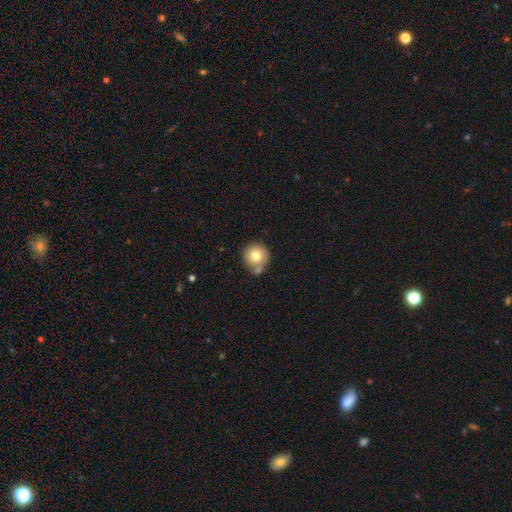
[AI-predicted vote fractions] smooth_or_featured: smooth (p=0.78) [alt: featured or disk p=0.13]
how_rounded: round (p=0.93) [alt: in between p=0.07]
merging: none (p=0.65) [alt: merger p=0.18]